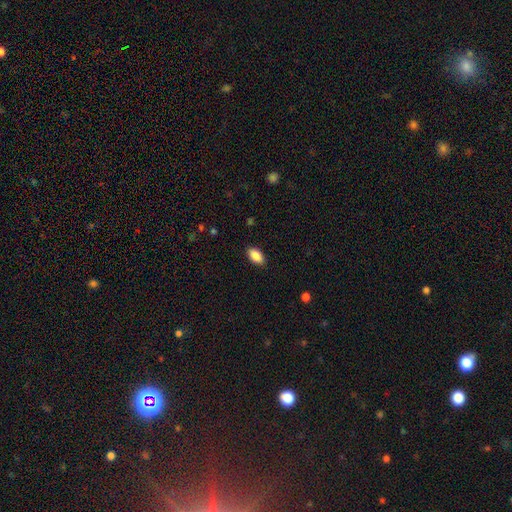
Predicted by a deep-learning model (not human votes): This appears to be a smooth galaxy with no disk features (89%) that is in between round and cigar-shaped (94%). Merging: none (88%).